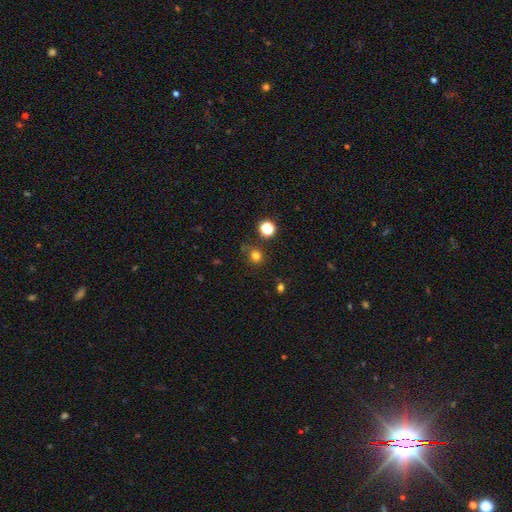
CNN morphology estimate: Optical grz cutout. It shows a smooth galaxy with no disk features (75%) that is round (83%). Merging: none (72%).